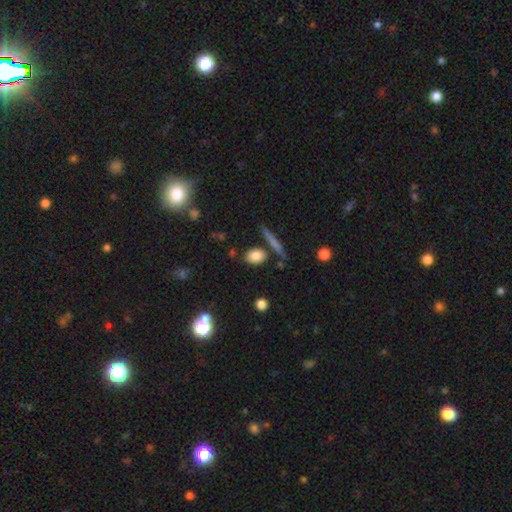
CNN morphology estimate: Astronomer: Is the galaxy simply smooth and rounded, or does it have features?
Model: smooth — 82%.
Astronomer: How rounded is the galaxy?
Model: in between — 67%.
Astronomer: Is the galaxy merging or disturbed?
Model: none — 76%.